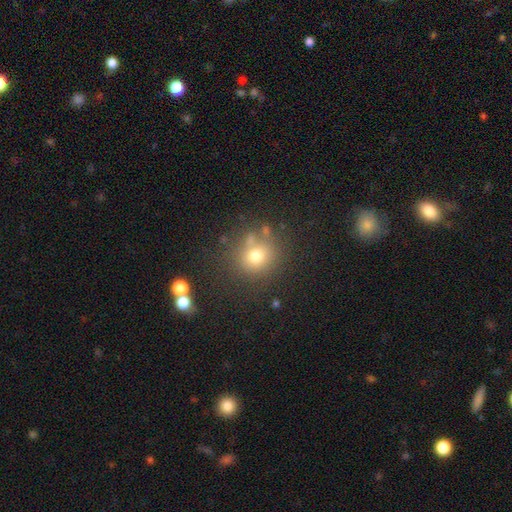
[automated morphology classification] Q: Smooth or featured?
A: smooth (72%); runner-up: star or artifact (17%)
Q: How rounded?
A: round (86%); runner-up: in between (13%)
Q: Merging?
A: none (72%); runner-up: minor disturbance (13%)